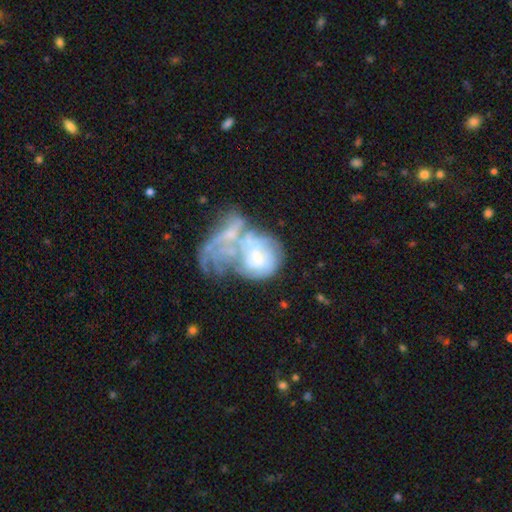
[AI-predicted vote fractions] A featured or disk galaxy (60%) with no bar (80%), no spiral arms (61%) and a small central bulge (32%, tied with none). Merging: merger (59%).